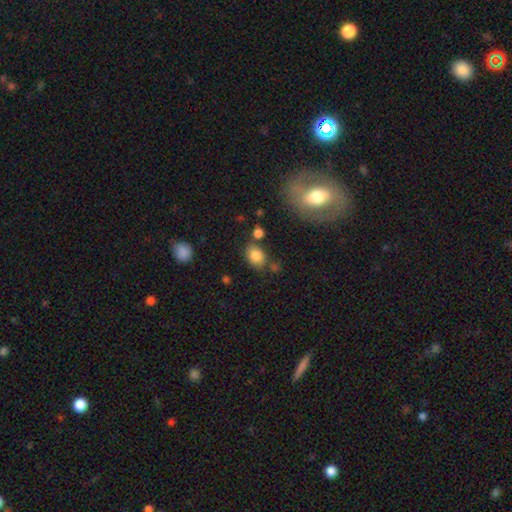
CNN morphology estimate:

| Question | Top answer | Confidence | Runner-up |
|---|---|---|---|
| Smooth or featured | smooth | 82% | star or artifact (10%) |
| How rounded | in between | 73% | round (26%) |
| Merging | none | 71% | minor disturbance (15%) |